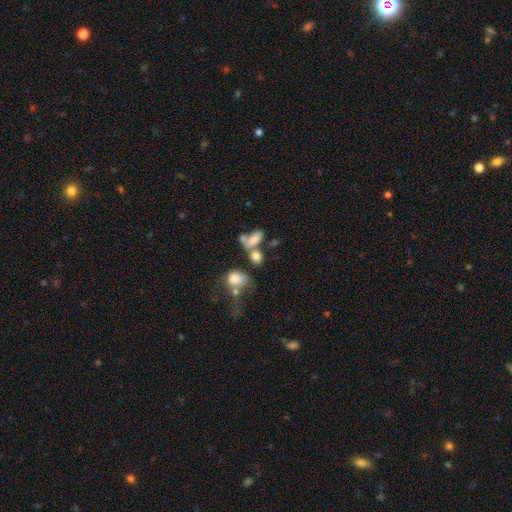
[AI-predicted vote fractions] This is likely a smooth galaxy (74%). How rounded: likely in between (75%). Merging: possibly merger (46%).